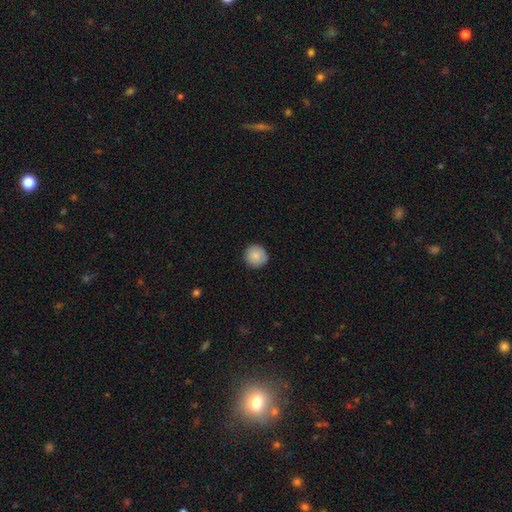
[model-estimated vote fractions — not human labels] Smooth or featured? smooth (85%)
How rounded? round (96%)
Merging? none (89%)